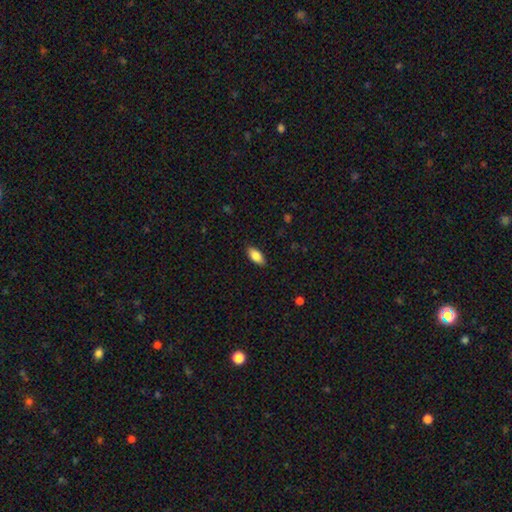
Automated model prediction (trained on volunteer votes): Smooth or featured? smooth (84%)
How rounded? in between (89%)
Merging? none (88%)